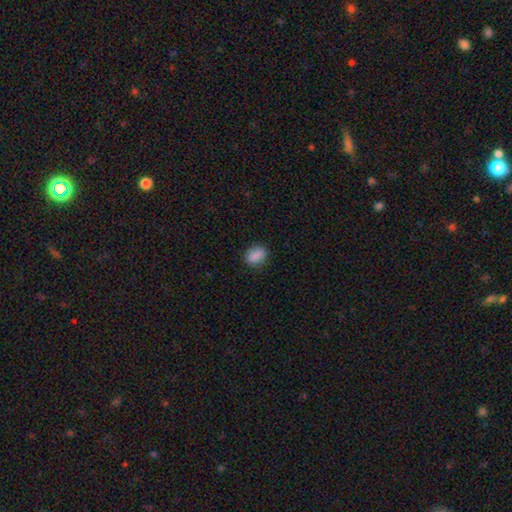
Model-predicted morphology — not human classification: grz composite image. It shows a smooth galaxy with no disk features (87%) that is in between round and cigar-shaped (75%). Merging: none (84%).